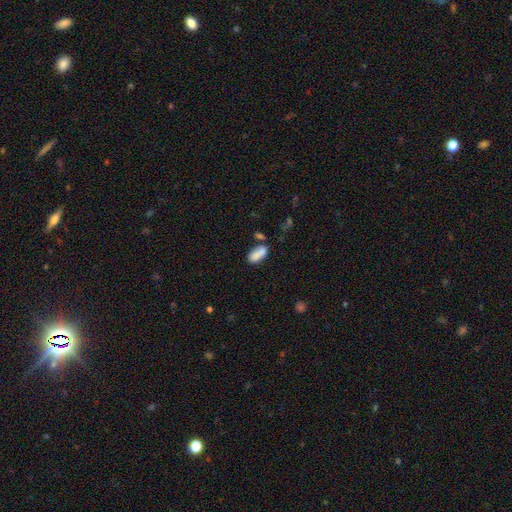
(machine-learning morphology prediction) A smooth galaxy with no disk features (82%) that is in between round and cigar-shaped (86%). Merging: none (52%).